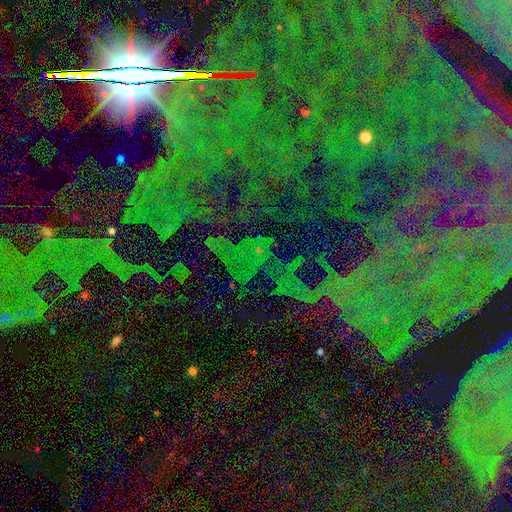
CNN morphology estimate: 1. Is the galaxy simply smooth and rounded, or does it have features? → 79% star or artifact, 11% featured or disk, 10% smooth.